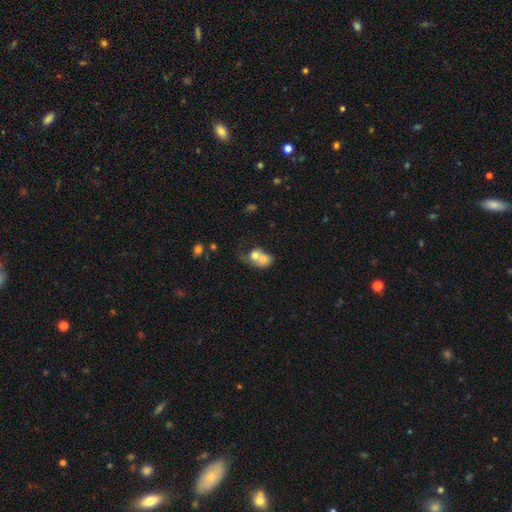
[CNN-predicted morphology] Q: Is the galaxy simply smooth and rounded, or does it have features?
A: smooth — 65%.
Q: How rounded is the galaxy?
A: in between — 53%.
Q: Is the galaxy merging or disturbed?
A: merger — 72%.